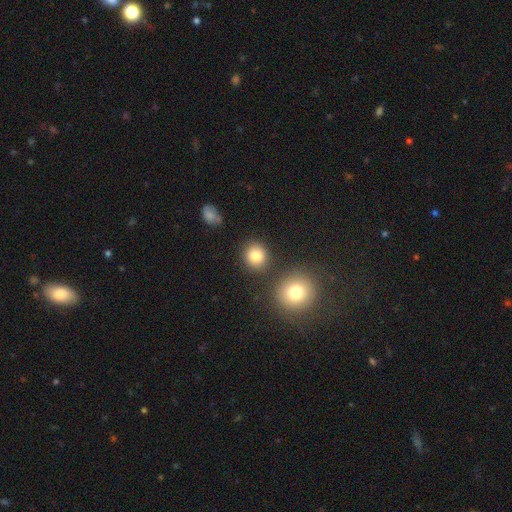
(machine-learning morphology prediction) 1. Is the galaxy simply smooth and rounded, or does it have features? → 83% smooth, 10% star or artifact, 7% featured or disk.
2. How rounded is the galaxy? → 86% round, 13% in between, 1% cigar-shaped.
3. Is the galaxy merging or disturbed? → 81% none, 8% minor disturbance, 7% merger, 3% major disturbance.